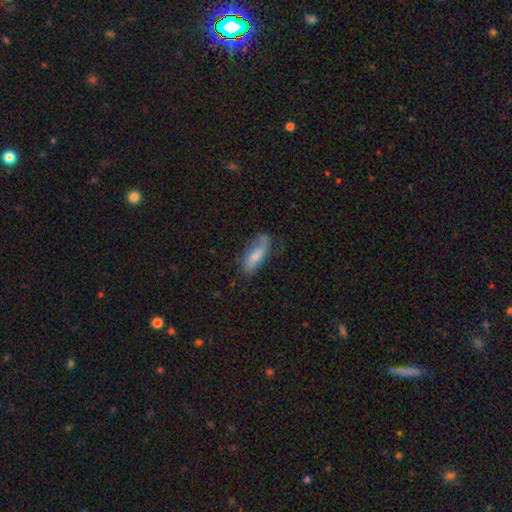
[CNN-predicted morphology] Smooth or featured: smooth — 66% (featured or disk — 27%)
How rounded: in between — 71% (cigar-shaped — 27%)
Merging: none — 60% (minor disturbance — 28%)